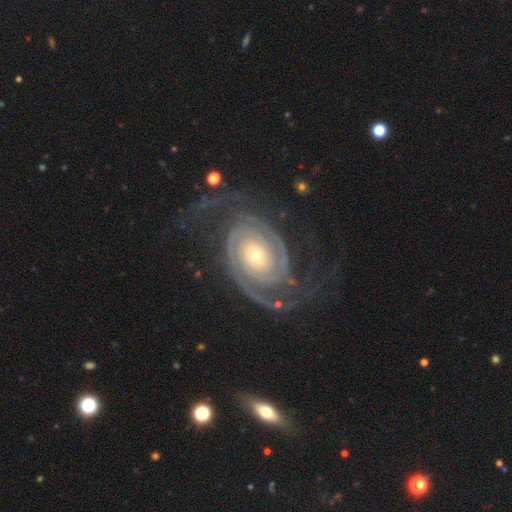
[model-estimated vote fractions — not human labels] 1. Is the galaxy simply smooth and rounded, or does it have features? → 91% featured or disk, 5% star or artifact, 4% smooth.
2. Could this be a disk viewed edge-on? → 97% no, 3% yes.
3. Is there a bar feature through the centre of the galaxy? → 76% no, 15% weak, 9% strong.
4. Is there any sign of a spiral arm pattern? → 98% yes, 2% no.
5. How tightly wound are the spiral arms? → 67% tight, 26% medium, 7% loose.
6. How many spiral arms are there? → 74% 2, 8% 3, 7% can't tell, 4% 4, 3% 1, 3% more than 4.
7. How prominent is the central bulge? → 70% small, 24% moderate, 3% large, 1% dominant, 1% none.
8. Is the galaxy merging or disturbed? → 67% none, 16% major disturbance, 15% minor disturbance, 2% merger.